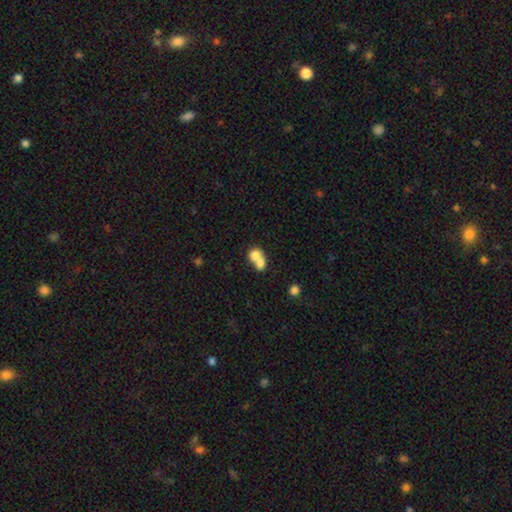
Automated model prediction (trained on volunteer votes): Smooth or featured?
  - smooth: 74% *
  - featured or disk: 17%
  - star or artifact: 9%
How rounded?
  - round: 65% *
  - in between: 34%
  - cigar-shaped: 1%
Merging?
  - merger: 73% *
  - none: 20%
  - minor disturbance: 5%
  - major disturbance: 3%